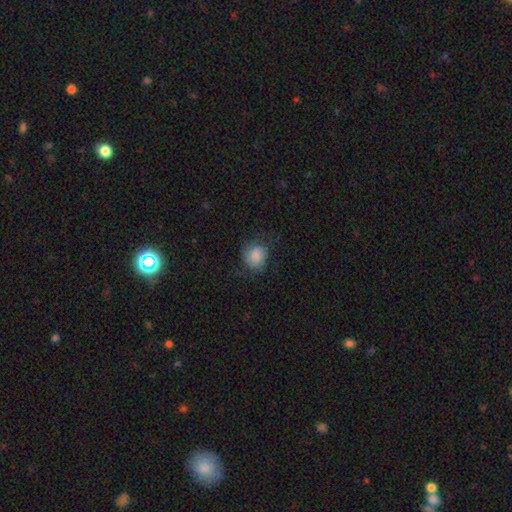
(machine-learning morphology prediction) This is clearly a smooth galaxy (81%). How rounded: likely round (78%). Merging: likely none (67%).